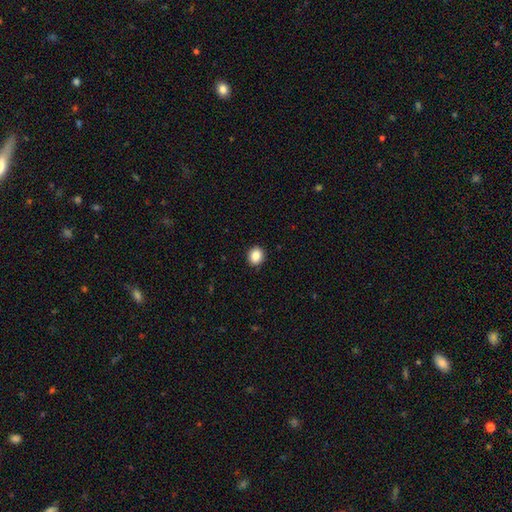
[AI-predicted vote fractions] Q: Smooth or featured?
A: smooth (87%); runner-up: star or artifact (9%)
Q: How rounded?
A: round (73%); runner-up: in between (26%)
Q: Merging?
A: none (91%); runner-up: minor disturbance (6%)